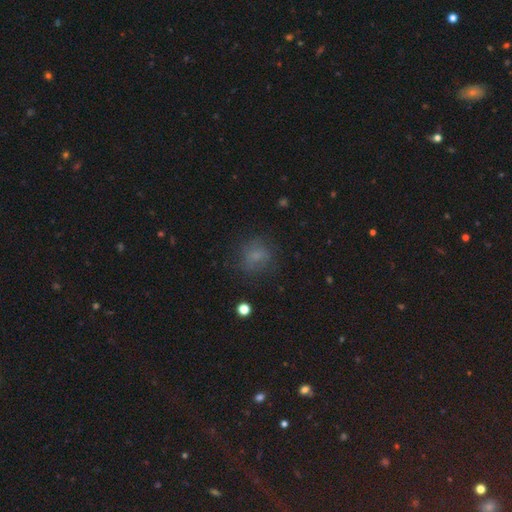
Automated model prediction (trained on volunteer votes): Smooth or featured?
  - smooth: 65% *
  - star or artifact: 18%
  - featured or disk: 17%
How rounded?
  - round: 71% *
  - in between: 27%
  - cigar-shaped: 1%
Merging?
  - none: 70% *
  - minor disturbance: 17%
  - major disturbance: 11%
  - merger: 2%